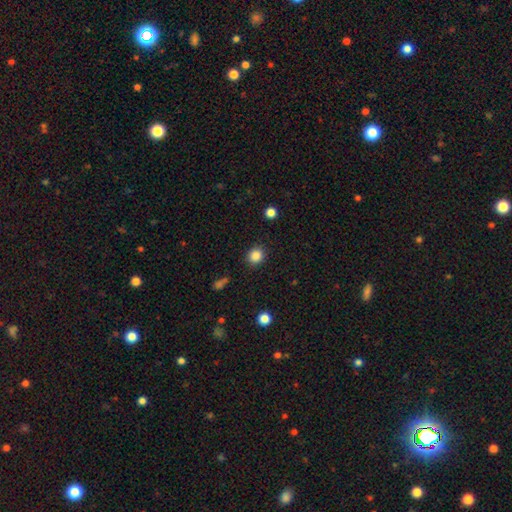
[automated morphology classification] This appears to be a smooth galaxy with no disk features (85%) that is round (79%). Merging: none (88%).